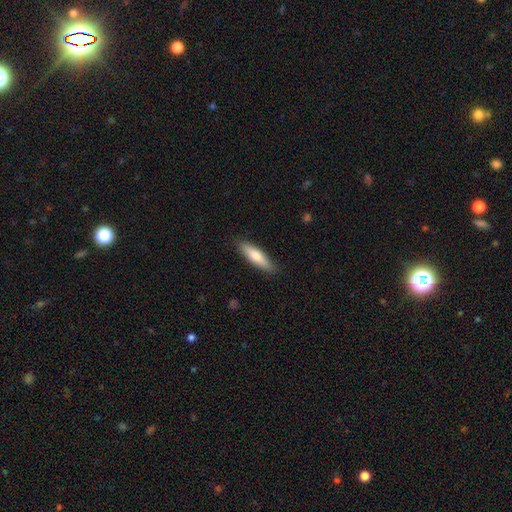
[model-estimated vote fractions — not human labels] smooth 76%, featured or disk 19%, star or artifact 5%. Down the decision tree: how rounded — cigar-shaped (63%); merging — none (88%).